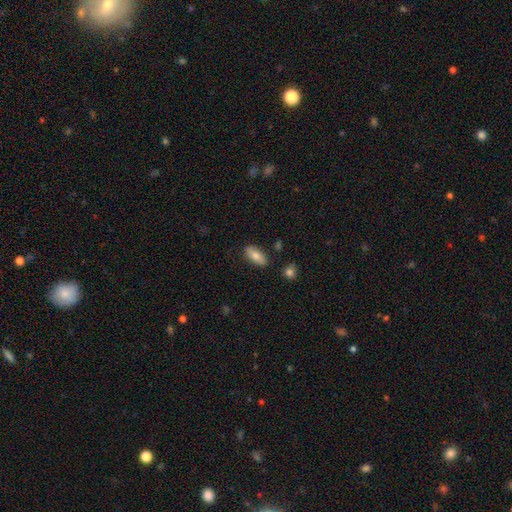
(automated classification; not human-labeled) Smooth or featured?
  - smooth: 80% *
  - featured or disk: 14%
  - star or artifact: 6%
How rounded?
  - in between: 84% *
  - cigar-shaped: 14%
  - round: 3%
Merging?
  - none: 84% *
  - minor disturbance: 11%
  - merger: 2%
  - major disturbance: 2%